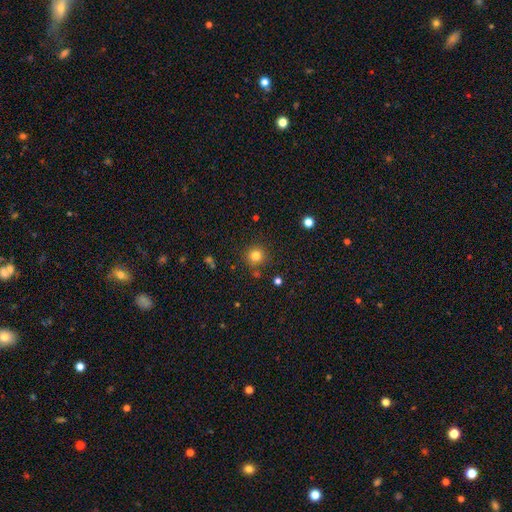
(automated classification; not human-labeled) A smooth galaxy with no disk features (80%) that is round (94%). Merging: none (86%).